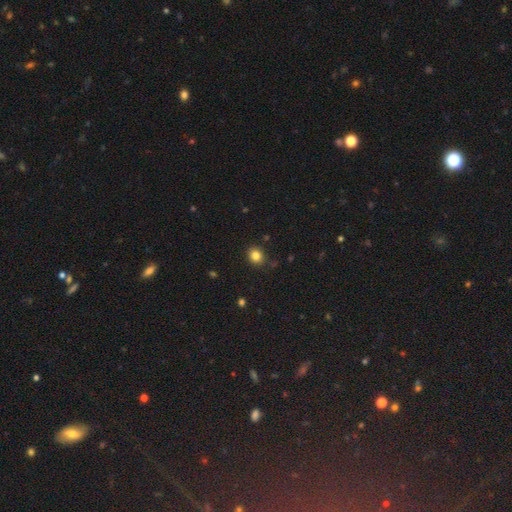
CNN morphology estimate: A smooth galaxy with no disk features (83%) that is round (75%).

Vote fractions:
- Smooth or featured? smooth: 83% / star or artifact: 12% / featured or disk: 5%
- How rounded? round: 75% / in between: 24% / cigar-shaped: 1%
- Merging? none: 87% / minor disturbance: 9% / major disturbance: 2% / merger: 2%